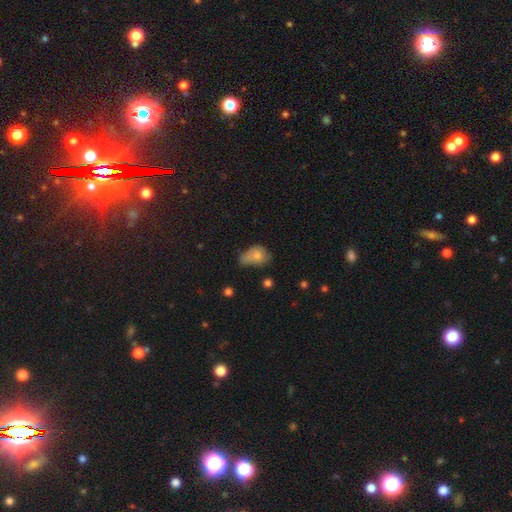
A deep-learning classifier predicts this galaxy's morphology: Smooth or featured? Predicted: smooth (p=0.74). How rounded? Predicted: in between (p=0.73). Merging? Predicted: minor disturbance (p=0.40).